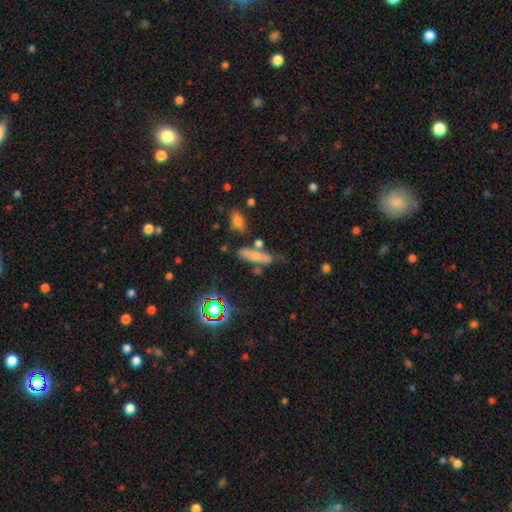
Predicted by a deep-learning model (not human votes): Smooth or featured? smooth (60%)
How rounded? cigar-shaped (54%)
Merging? none (53%)